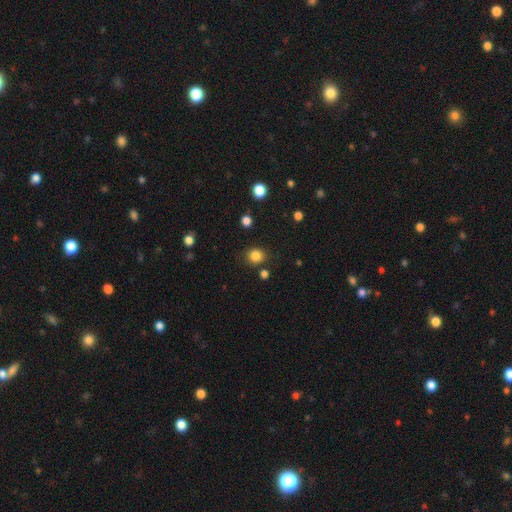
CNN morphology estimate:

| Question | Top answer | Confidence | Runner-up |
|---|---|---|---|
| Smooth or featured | smooth | 84% | star or artifact (12%) |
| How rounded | round | 80% | in between (19%) |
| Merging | none | 83% | minor disturbance (10%) |